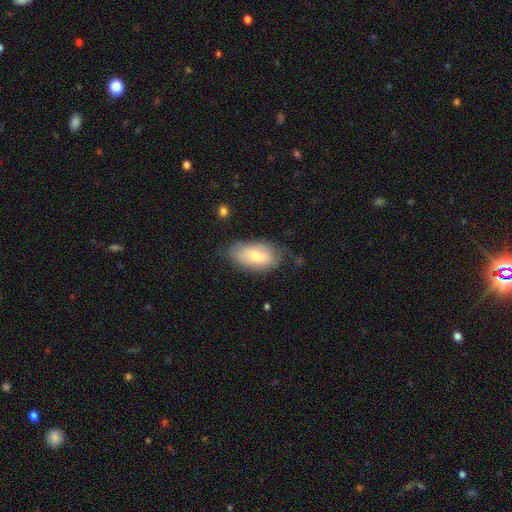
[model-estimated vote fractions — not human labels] A smooth galaxy with no disk features (55%) that is in between round and cigar-shaped (92%).

Vote fractions:
- Smooth or featured? smooth: 55% / featured or disk: 38% / star or artifact: 7%
- How rounded? in between: 92% / cigar-shaped: 4% / round: 4%
- Merging? none: 61% / minor disturbance: 28% / major disturbance: 9% / merger: 2%